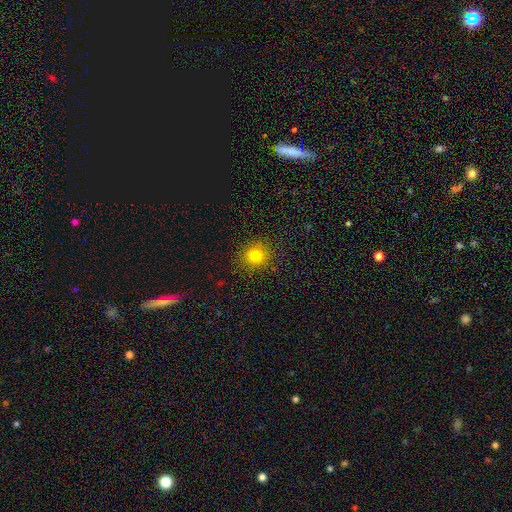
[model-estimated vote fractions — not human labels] Smooth or featured? smooth (78%)
How rounded? round (87%)
Merging? none (89%)